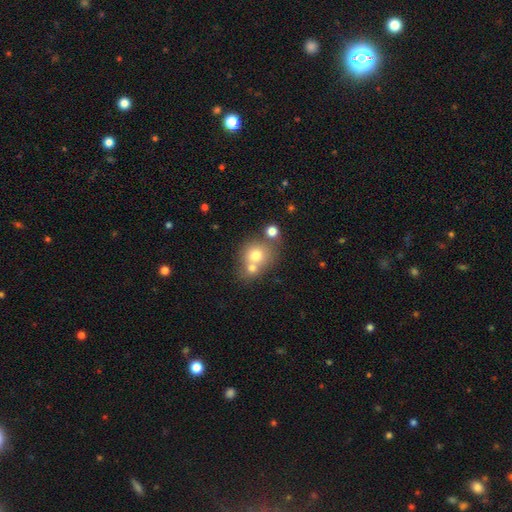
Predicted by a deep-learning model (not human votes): Smooth or featured?
  - smooth: 71% *
  - featured or disk: 18%
  - star or artifact: 11%
How rounded?
  - round: 76% *
  - in between: 23%
  - cigar-shaped: 1%
Merging?
  - merger: 47% *
  - none: 41%
  - minor disturbance: 8%
  - major disturbance: 4%